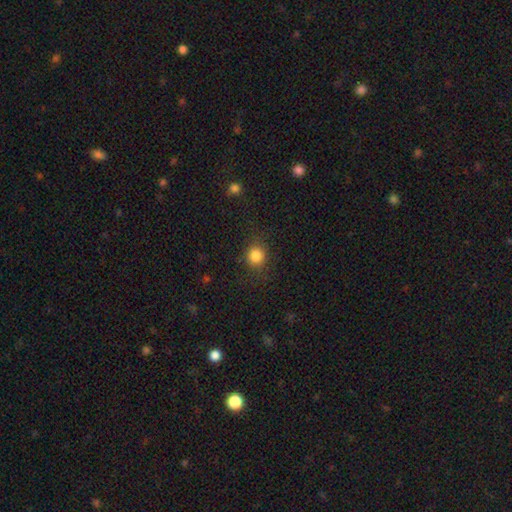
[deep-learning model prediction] A smooth galaxy with no disk features (84%) that is round (87%).

Vote fractions:
- Smooth or featured? smooth: 84% / star or artifact: 11% / featured or disk: 4%
- How rounded? round: 87% / in between: 12% / cigar-shaped: 1%
- Merging? none: 84% / minor disturbance: 10% / major disturbance: 4% / merger: 1%